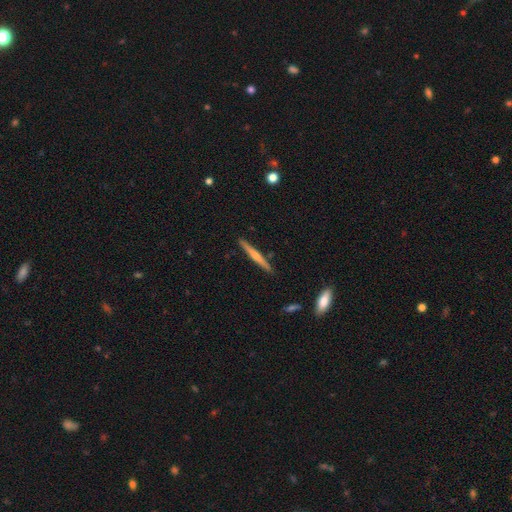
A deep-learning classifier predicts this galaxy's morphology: This is possibly a featured or disk galaxy (50%). Merging: clearly none (91%).